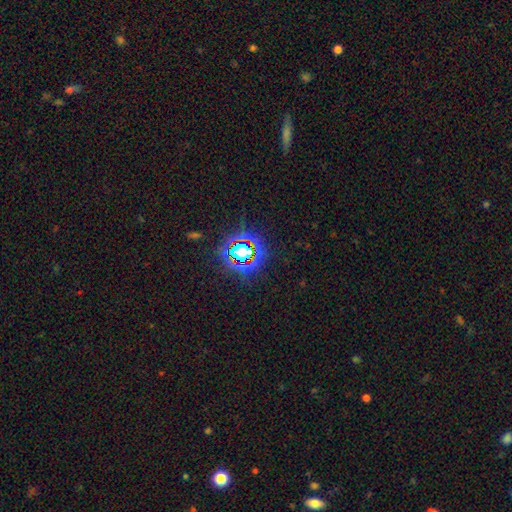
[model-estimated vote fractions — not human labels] Smooth or featured? star or artifact (76%)